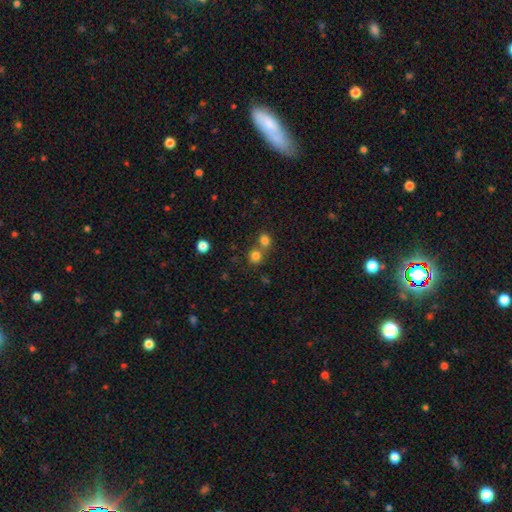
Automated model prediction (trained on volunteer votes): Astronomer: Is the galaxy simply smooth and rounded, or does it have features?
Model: smooth — 79%.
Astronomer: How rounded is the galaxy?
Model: round — 85%.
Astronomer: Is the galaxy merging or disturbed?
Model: none — 54% (runner-up: merger, 37%).